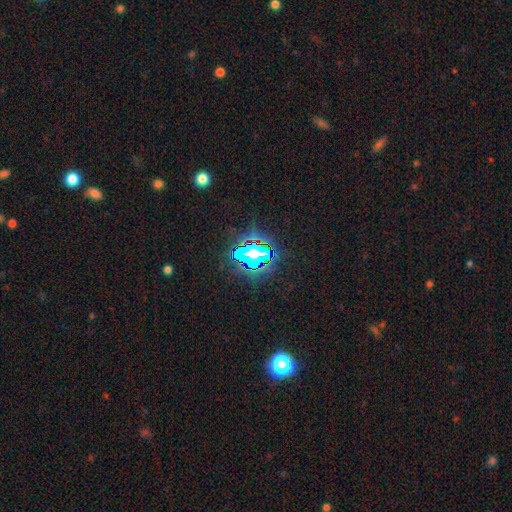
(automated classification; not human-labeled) Smooth or featured?
  - star or artifact: 70% *
  - smooth: 17%
  - featured or disk: 13%